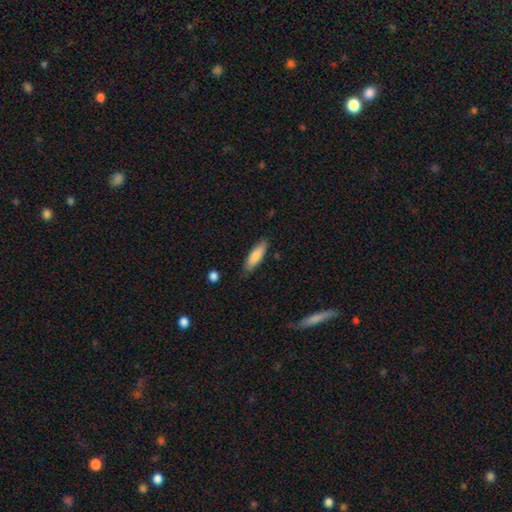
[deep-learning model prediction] Smooth or featured? Predicted: smooth (p=0.81). How rounded? Predicted: cigar-shaped (p=0.53). Merging? Predicted: none (p=0.81).